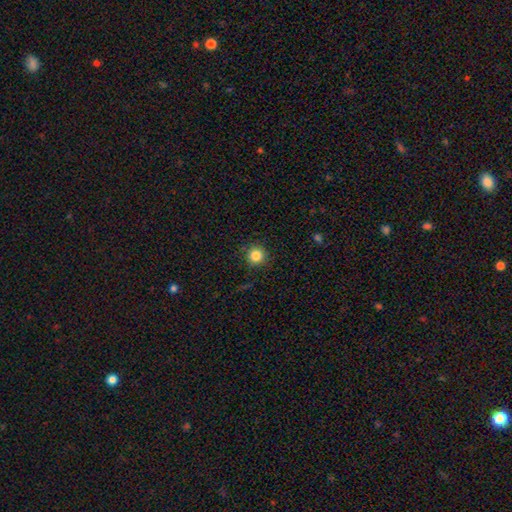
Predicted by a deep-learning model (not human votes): smooth 83%, star or artifact 12%, featured or disk 5%. Down the decision tree: how rounded — round (94%); merging — none (90%).